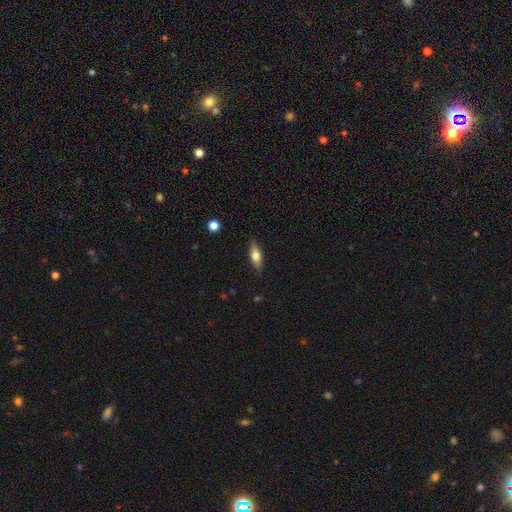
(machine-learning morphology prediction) Overall: smooth (69%). How rounded: in between (69%). Merging: none (85%).